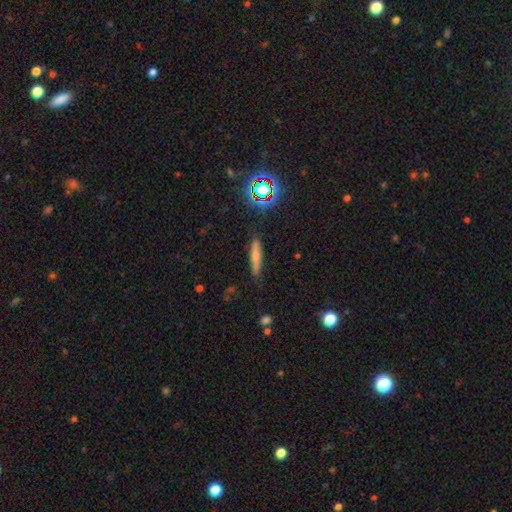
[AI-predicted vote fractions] smooth 59%, featured or disk 28%, star or artifact 13%. Down the decision tree: how rounded — cigar-shaped (84%); merging — none (84%).